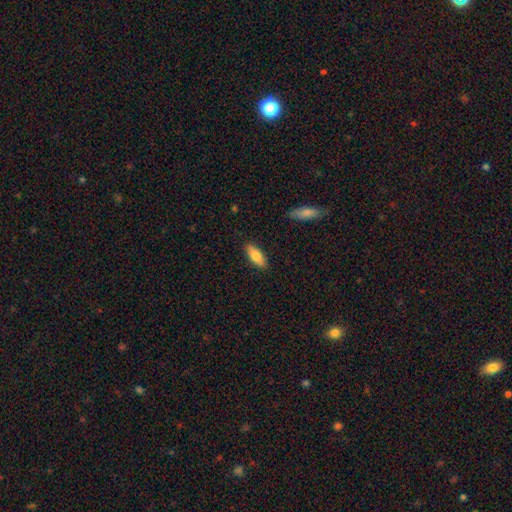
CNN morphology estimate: Smooth or featured: smooth — 79% (featured or disk — 16%)
How rounded: in between — 70% (cigar-shaped — 28%)
Merging: none — 88% (minor disturbance — 9%)